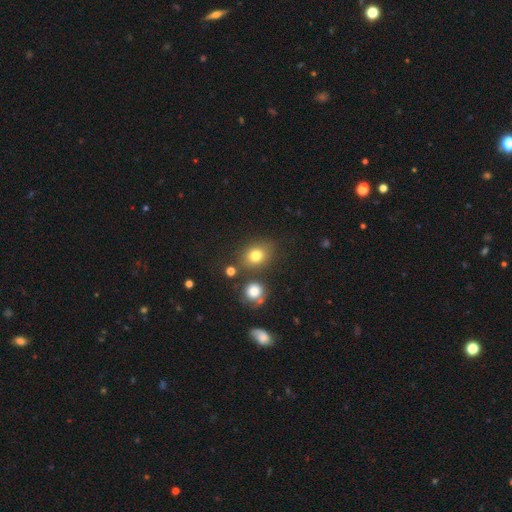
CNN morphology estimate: smooth_or_featured: smooth (p=0.77) [alt: star or artifact p=0.14]
how_rounded: round (p=0.53) [alt: in between p=0.46]
merging: none (p=0.74) [alt: minor disturbance p=0.12]